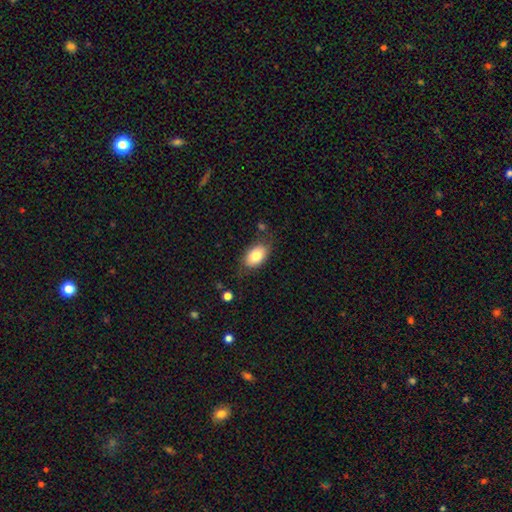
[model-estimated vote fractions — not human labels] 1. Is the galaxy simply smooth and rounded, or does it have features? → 78% smooth, 14% featured or disk, 8% star or artifact.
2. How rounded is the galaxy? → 88% in between, 10% round, 1% cigar-shaped.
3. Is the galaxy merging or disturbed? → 74% none, 19% minor disturbance, 5% major disturbance, 3% merger.